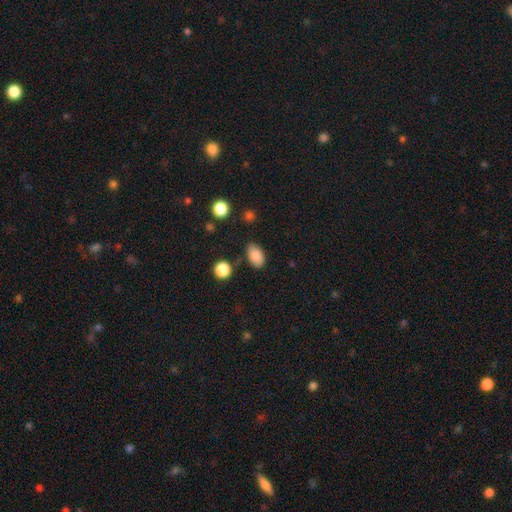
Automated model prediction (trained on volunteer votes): Smooth or featured? Predicted: smooth (p=0.86). How rounded? Predicted: in between (p=0.90). Merging? Predicted: none (p=0.75).